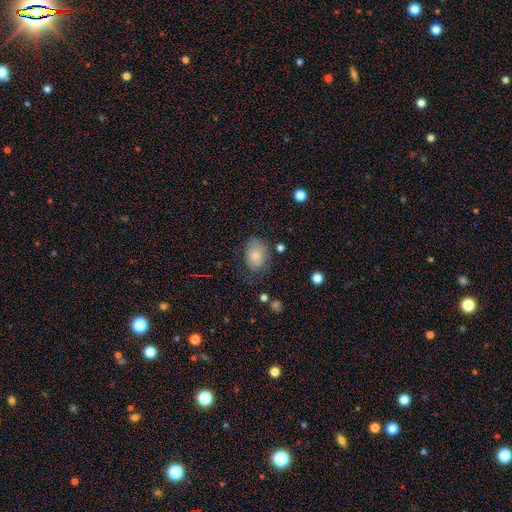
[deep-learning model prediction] Morphology: type=smooth (81%); roundness=in between (75%); merging=none (65%).